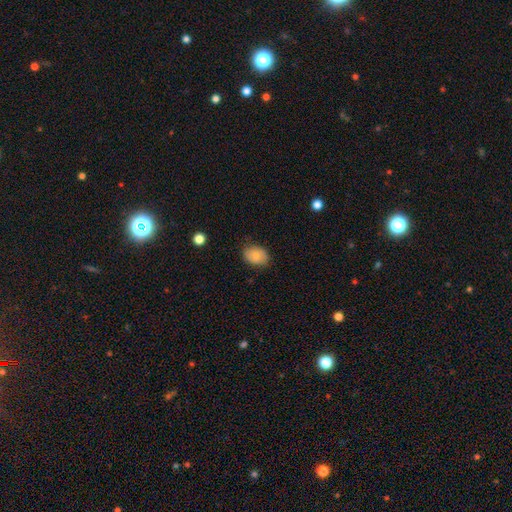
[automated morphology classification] Smooth or featured? Predicted: smooth (p=0.82). How rounded? Predicted: in between (p=0.69). Merging? Predicted: none (p=0.80).